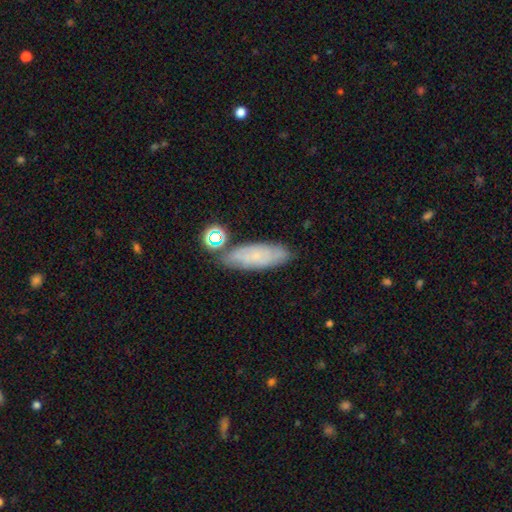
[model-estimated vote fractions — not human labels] smooth_or_featured: smooth (p=0.55) [alt: featured or disk p=0.36]
how_rounded: in between (p=0.63) [alt: cigar-shaped p=0.34]
merging: none (p=0.69) [alt: minor disturbance p=0.18]